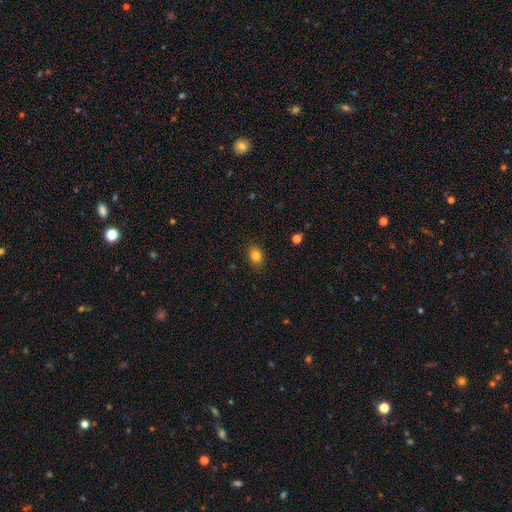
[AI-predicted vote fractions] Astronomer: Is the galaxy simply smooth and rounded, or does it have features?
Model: smooth — 83%.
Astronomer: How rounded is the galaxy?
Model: in between — 56% (runner-up: round, 42%).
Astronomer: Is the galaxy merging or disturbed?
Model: none — 87%.